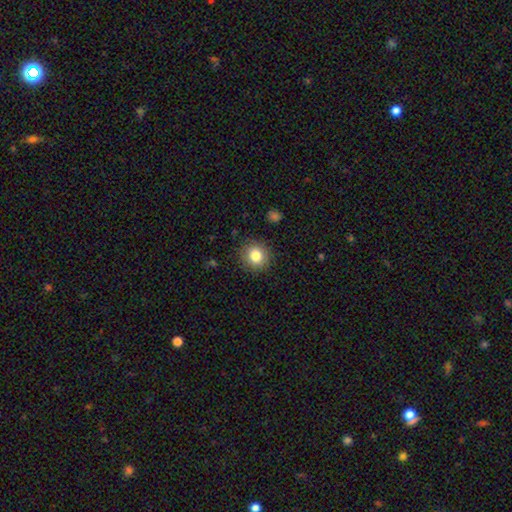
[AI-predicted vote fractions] Q: Smooth or featured?
A: smooth (82%); runner-up: star or artifact (10%)
Q: How rounded?
A: round (90%); runner-up: in between (9%)
Q: Merging?
A: none (88%); runner-up: minor disturbance (8%)